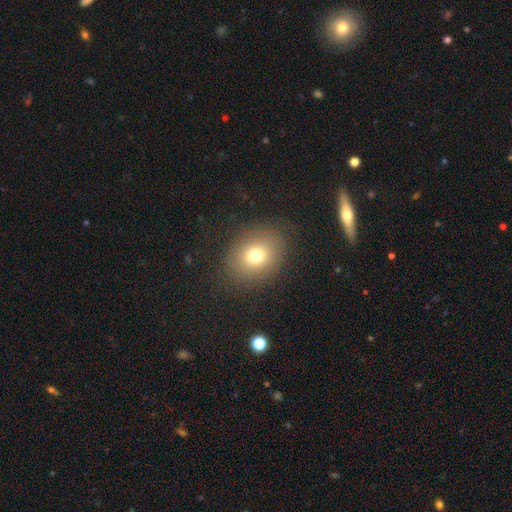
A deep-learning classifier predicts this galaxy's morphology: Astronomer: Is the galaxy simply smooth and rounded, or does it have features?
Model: smooth — 74%.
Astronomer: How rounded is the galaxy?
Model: round — 59% (runner-up: in between, 40%).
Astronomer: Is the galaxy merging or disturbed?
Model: none — 84%.